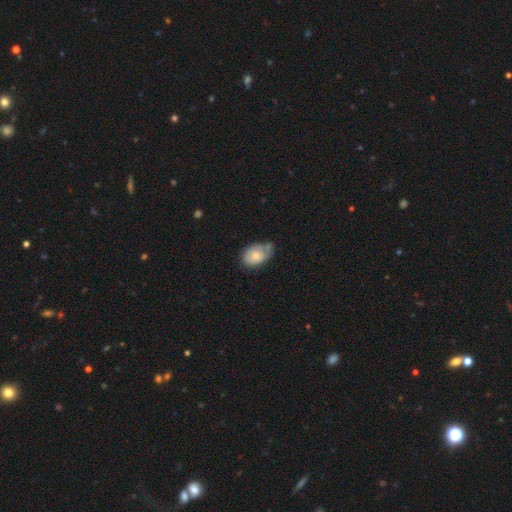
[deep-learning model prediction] Overall: smooth (67%). How rounded: in between (82%). Merging: none (41%; minor disturbance 39%).